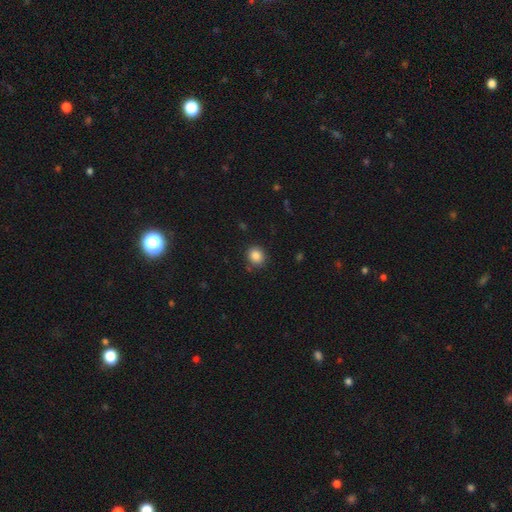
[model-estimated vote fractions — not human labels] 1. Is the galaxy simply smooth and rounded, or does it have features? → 86% smooth, 10% star or artifact, 4% featured or disk.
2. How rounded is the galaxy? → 79% round, 20% in between, 1% cigar-shaped.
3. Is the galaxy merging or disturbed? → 87% none, 9% minor disturbance, 3% major disturbance, 2% merger.